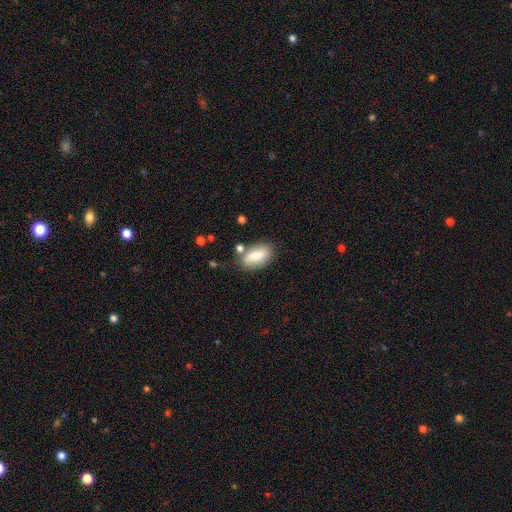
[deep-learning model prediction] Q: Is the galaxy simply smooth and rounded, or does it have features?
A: smooth — 79%.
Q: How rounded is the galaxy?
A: in between — 90%.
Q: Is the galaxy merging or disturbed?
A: none — 74%.